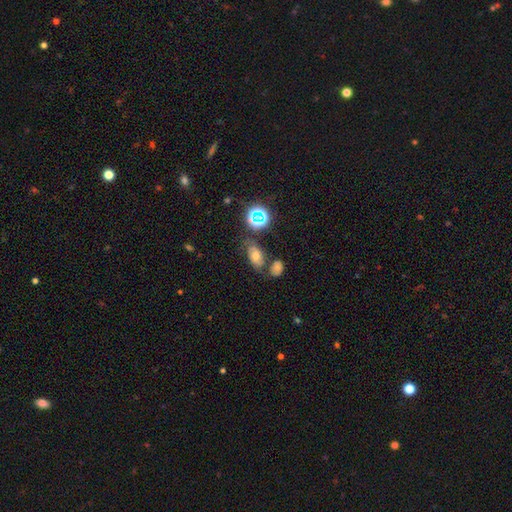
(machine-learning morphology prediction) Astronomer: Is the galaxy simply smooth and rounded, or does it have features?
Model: smooth — 51%.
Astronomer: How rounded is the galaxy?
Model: in between — 83%.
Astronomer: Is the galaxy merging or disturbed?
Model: none — 56%.